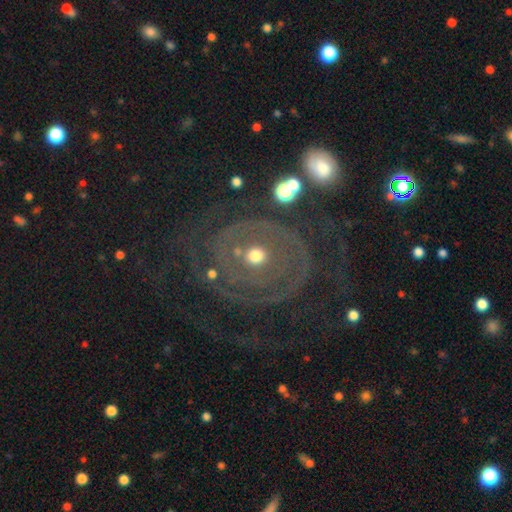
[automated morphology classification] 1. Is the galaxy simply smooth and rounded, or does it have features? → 74% featured or disk, 18% smooth, 8% star or artifact.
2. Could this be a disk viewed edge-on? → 96% no, 4% yes.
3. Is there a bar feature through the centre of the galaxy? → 87% no, 9% weak, 4% strong.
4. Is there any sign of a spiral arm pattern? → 62% yes, 38% no.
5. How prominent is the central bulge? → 55% moderate, 36% small, 6% large, 2% dominant, 2% none.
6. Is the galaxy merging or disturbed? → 65% none, 16% minor disturbance, 15% major disturbance, 4% merger.